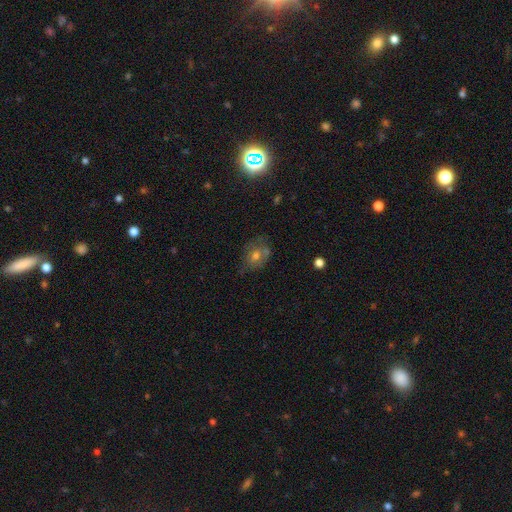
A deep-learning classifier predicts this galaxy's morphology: Smooth or featured: smooth — 62% (featured or disk — 25%)
How rounded: in between — 55% (round — 43%)
Merging: none — 51% (minor disturbance — 26%)